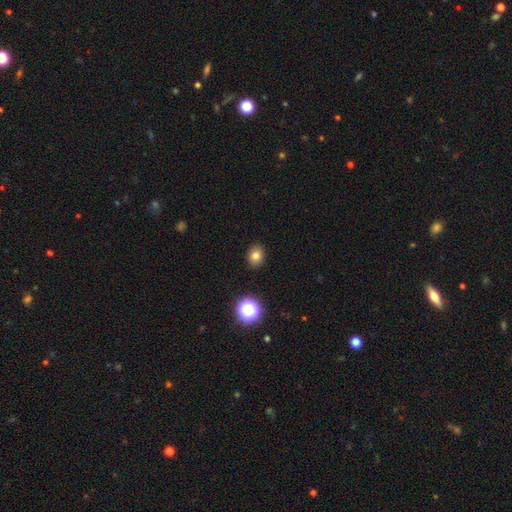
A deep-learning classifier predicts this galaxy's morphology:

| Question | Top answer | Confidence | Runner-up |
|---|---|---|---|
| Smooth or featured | smooth | 78% | star or artifact (14%) |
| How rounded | round | 54% | in between (45%) |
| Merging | none | 90% | minor disturbance (7%) |